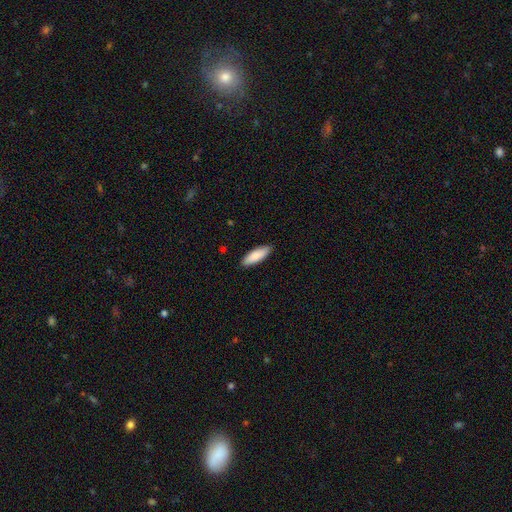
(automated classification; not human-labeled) Smooth or featured? Predicted: smooth (p=0.86). How rounded? Predicted: in between (p=0.61). Merging? Predicted: none (p=0.89).